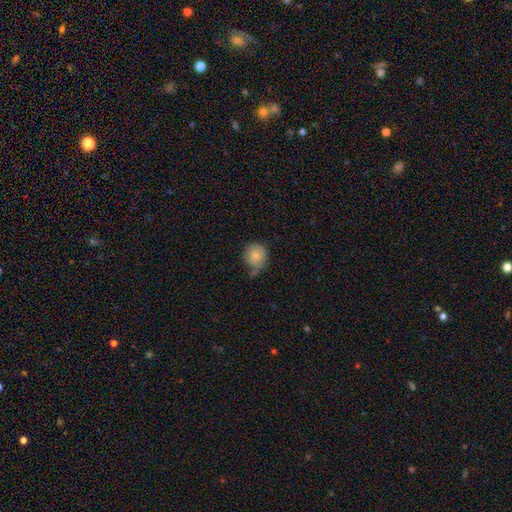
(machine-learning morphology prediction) smooth 82%, featured or disk 10%, star or artifact 8%. Down the decision tree: how rounded — round (81%); merging — none (56%).